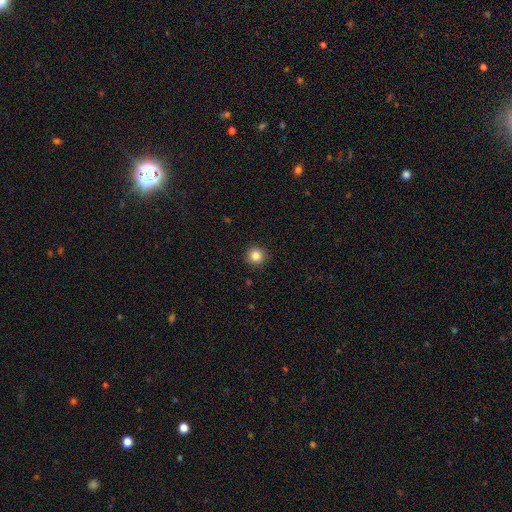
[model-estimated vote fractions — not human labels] Smooth or featured? smooth (84%)
How rounded? round (94%)
Merging? none (92%)